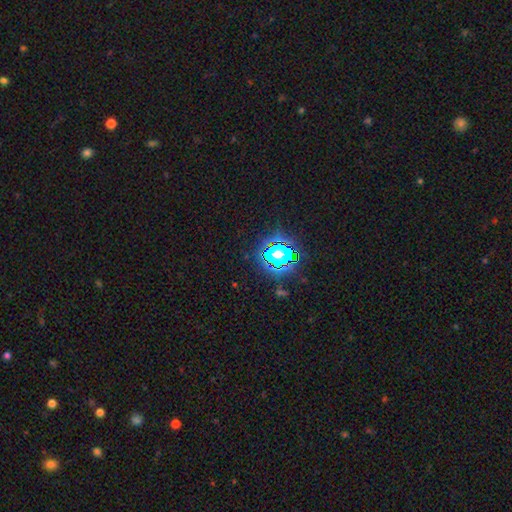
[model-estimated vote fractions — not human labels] Morphology: type=star or artifact (79%).